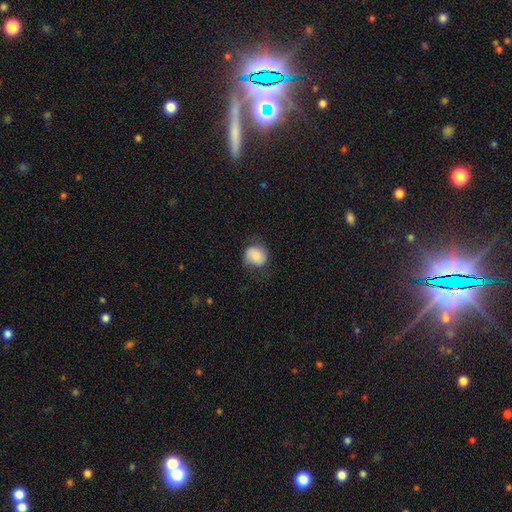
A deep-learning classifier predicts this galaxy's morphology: Smooth or featured? Predicted: smooth (p=0.71). How rounded? Predicted: round (p=0.72). Merging? Predicted: none (p=0.66).